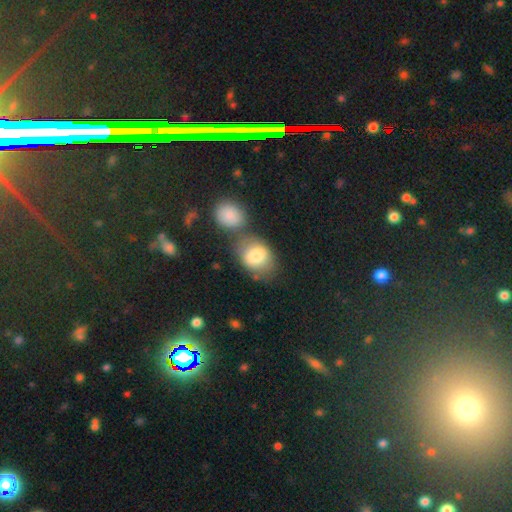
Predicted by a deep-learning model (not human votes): smooth 79%, featured or disk 14%, star or artifact 7%. Down the decision tree: how rounded — in between (67%); merging — none (45%).